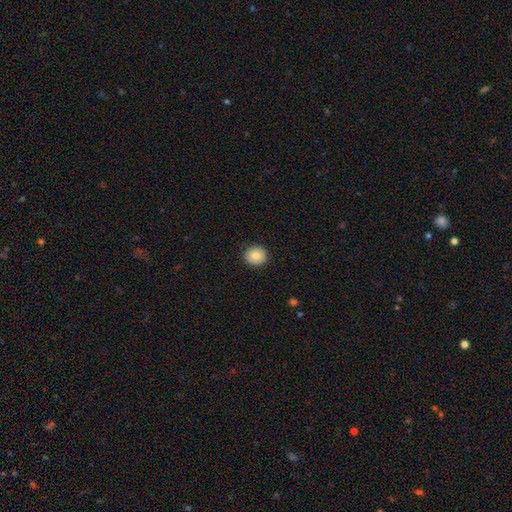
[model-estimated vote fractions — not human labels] A smooth galaxy with no disk features (80%) that is round (89%).

Vote fractions:
- Smooth or featured? smooth: 80% / featured or disk: 11% / star or artifact: 9%
- How rounded? round: 89% / in between: 10% / cigar-shaped: 1%
- Merging? none: 91% / minor disturbance: 6% / major disturbance: 2% / merger: 1%